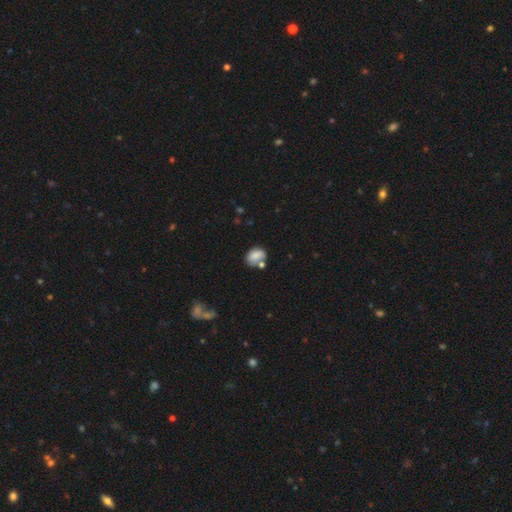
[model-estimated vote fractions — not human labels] Smooth or featured?
  - smooth: 76% *
  - featured or disk: 14%
  - star or artifact: 9%
How rounded?
  - in between: 76% *
  - round: 22%
  - cigar-shaped: 2%
Merging?
  - none: 48% *
  - merger: 24%
  - minor disturbance: 22%
  - major disturbance: 7%